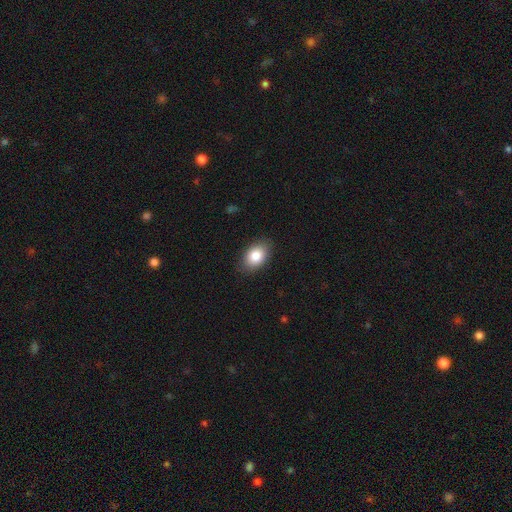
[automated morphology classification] smooth_or_featured: smooth (p=0.83) [alt: featured or disk p=0.09]
how_rounded: in between (p=0.86) [alt: round p=0.13]
merging: none (p=0.86) [alt: minor disturbance p=0.11]